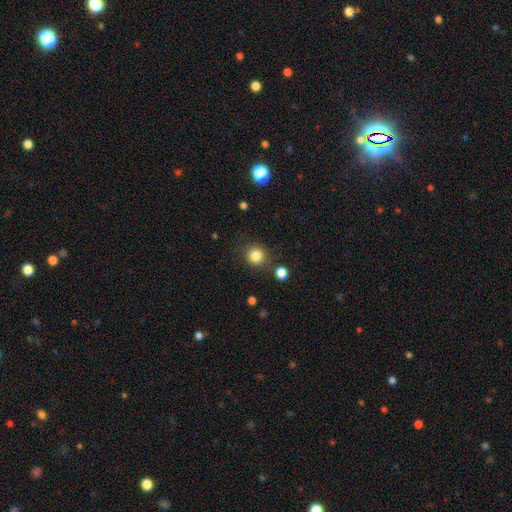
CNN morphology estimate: type=smooth (84%); roundness=round (91%); merging=none (83%).